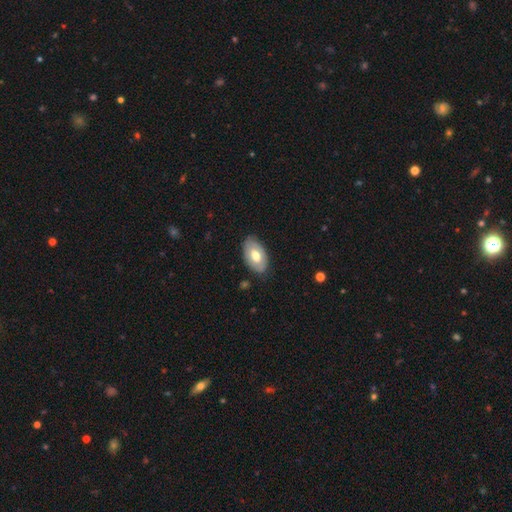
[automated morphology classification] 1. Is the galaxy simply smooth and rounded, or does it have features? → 57% smooth, 37% featured or disk, 6% star or artifact.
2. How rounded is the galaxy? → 93% in between, 6% round, 1% cigar-shaped.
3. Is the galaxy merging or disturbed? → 80% none, 15% minor disturbance, 3% major disturbance, 1% merger.